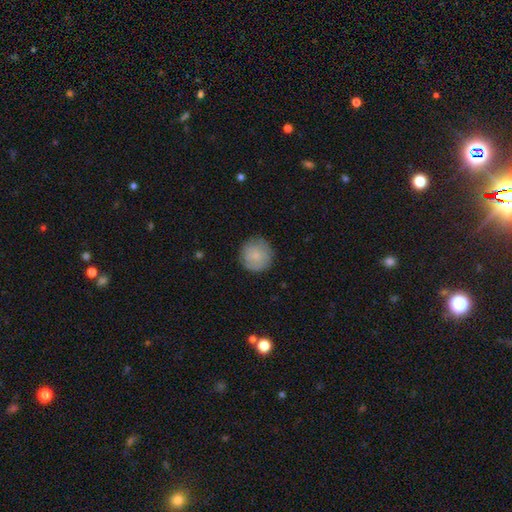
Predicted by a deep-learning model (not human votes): Overall: smooth (79%). How rounded: round (94%). Merging: none (84%).